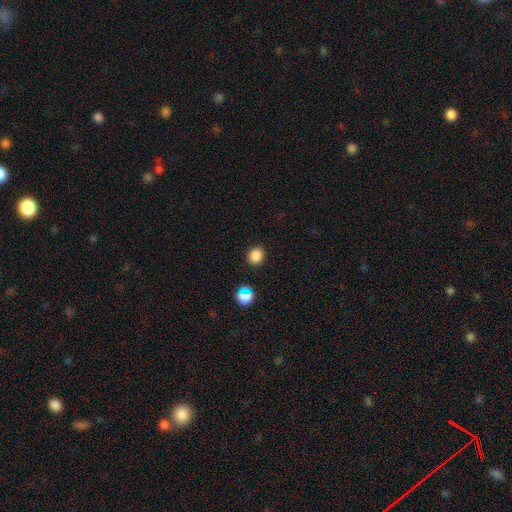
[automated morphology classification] Smooth or featured: smooth — 84% (star or artifact — 13%)
How rounded: round — 82% (in between — 17%)
Merging: none — 89% (minor disturbance — 6%)